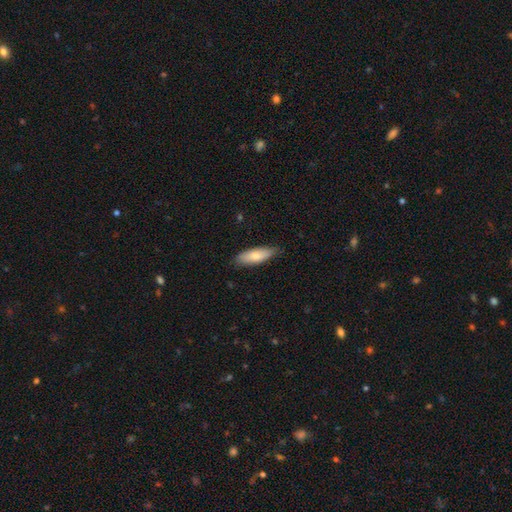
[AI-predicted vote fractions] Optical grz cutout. It shows a smooth galaxy with no disk features (72%) that is in between round and cigar-shaped (58%). Merging: none (81%).